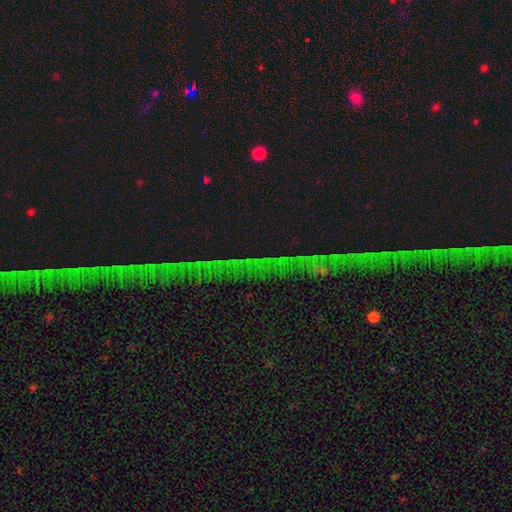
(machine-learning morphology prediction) smooth-or-featured: star or artifact: 77% | featured or disk: 12% | smooth: 10%